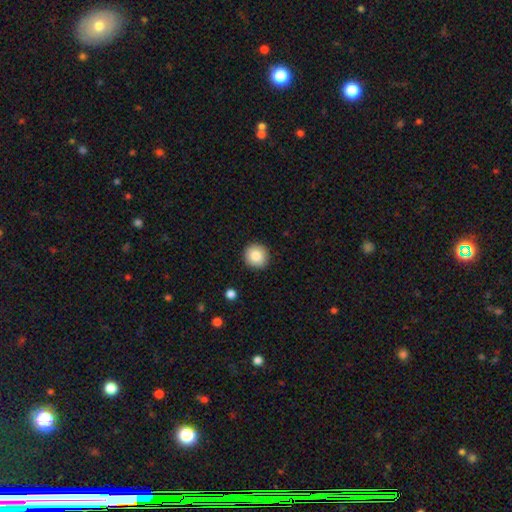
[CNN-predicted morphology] Smooth or featured?
  - smooth: 85% *
  - star or artifact: 8%
  - featured or disk: 7%
How rounded?
  - round: 93% *
  - in between: 6%
  - cigar-shaped: 1%
Merging?
  - none: 91% *
  - minor disturbance: 6%
  - major disturbance: 2%
  - merger: 1%